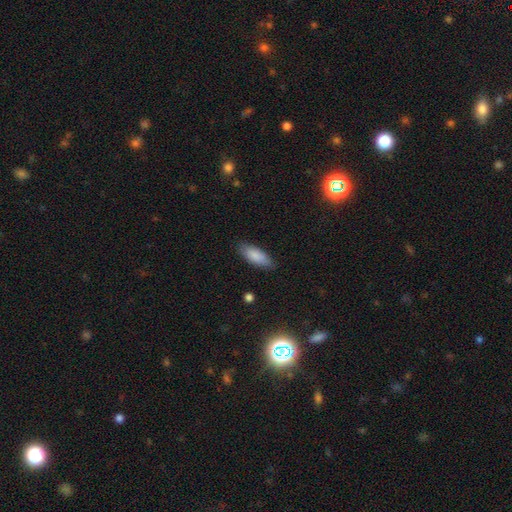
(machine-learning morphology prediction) type=smooth (87%); roundness=in between (78%); merging=none (83%).